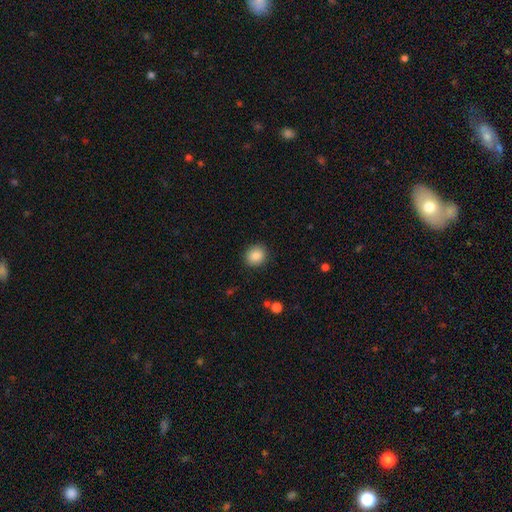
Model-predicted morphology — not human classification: The model was most divided on "how rounded": round: 79%, in between: 20%, cigar-shaped: 1%. More confident: merging — none (90%); smooth or featured — smooth (87%).